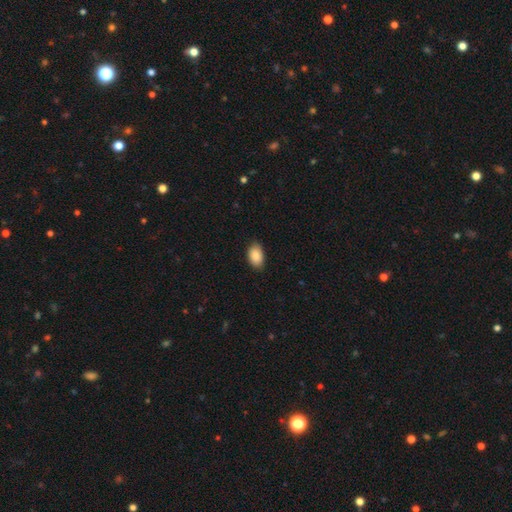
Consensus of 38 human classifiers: Smooth or featured? 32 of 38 (84%) said smooth. How rounded? 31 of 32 (97%) said in between. Merging? 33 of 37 (89%) said none.